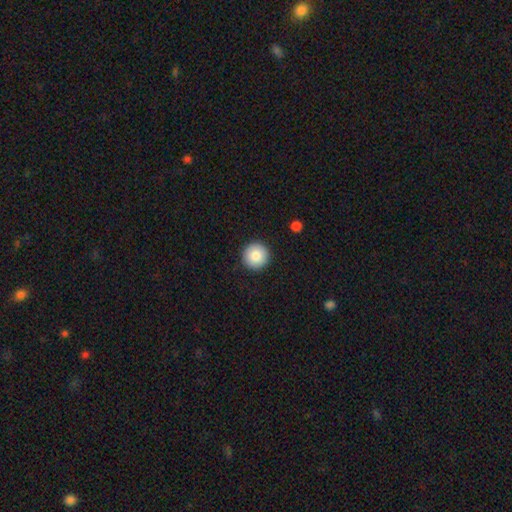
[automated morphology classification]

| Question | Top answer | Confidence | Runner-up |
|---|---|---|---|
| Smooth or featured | smooth | 84% | featured or disk (8%) |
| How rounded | round | 96% | in between (3%) |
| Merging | none | 93% | minor disturbance (5%) |